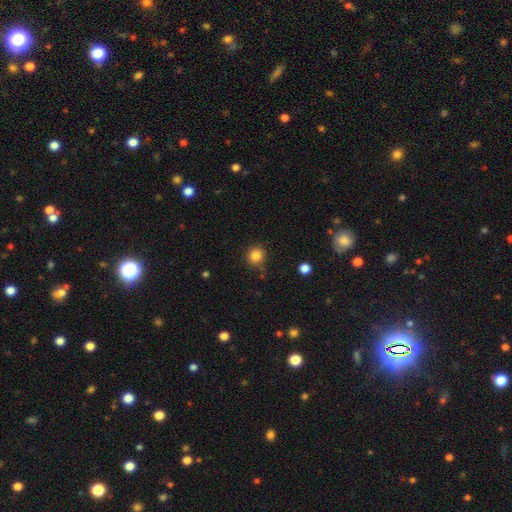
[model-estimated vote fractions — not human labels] Q: Smooth or featured?
A: smooth (84%); runner-up: star or artifact (12%)
Q: How rounded?
A: round (91%); runner-up: in between (8%)
Q: Merging?
A: none (82%); runner-up: minor disturbance (12%)